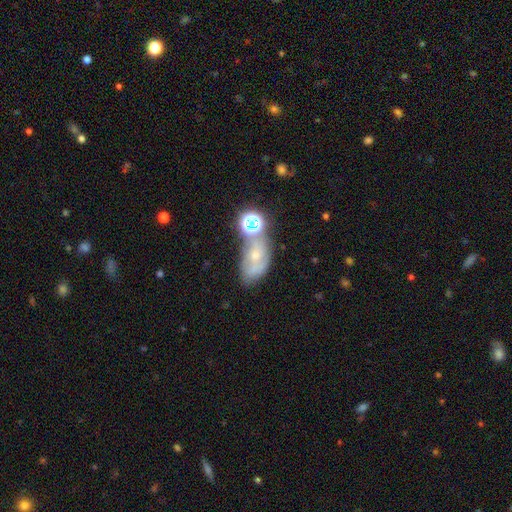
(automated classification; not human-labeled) This appears to be a featured or disk galaxy (43%). Merging: none (39%).